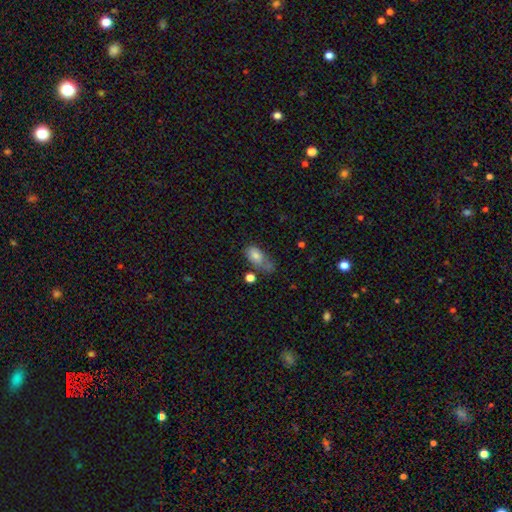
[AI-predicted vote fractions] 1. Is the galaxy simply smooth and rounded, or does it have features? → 74% smooth, 17% featured or disk, 9% star or artifact.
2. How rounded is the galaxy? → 88% in between, 7% round, 5% cigar-shaped.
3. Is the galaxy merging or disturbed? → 35% none, 31% minor disturbance, 19% major disturbance, 14% merger.